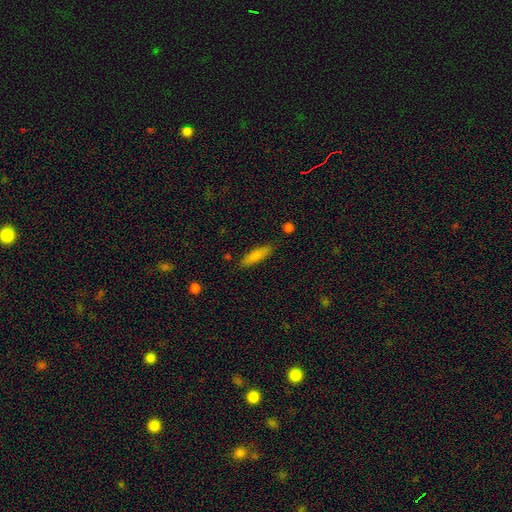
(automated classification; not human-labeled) Smooth or featured?
  - smooth: 82% *
  - featured or disk: 11%
  - star or artifact: 7%
How rounded?
  - cigar-shaped: 65% *
  - in between: 34%
  - round: 2%
Merging?
  - none: 84% *
  - minor disturbance: 11%
  - major disturbance: 2%
  - merger: 2%